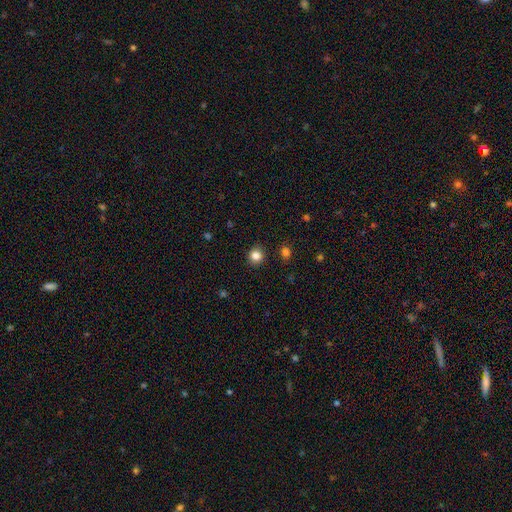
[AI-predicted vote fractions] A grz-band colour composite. It shows a smooth galaxy with no disk features (84%) that is round (89%). Merging: none (90%).